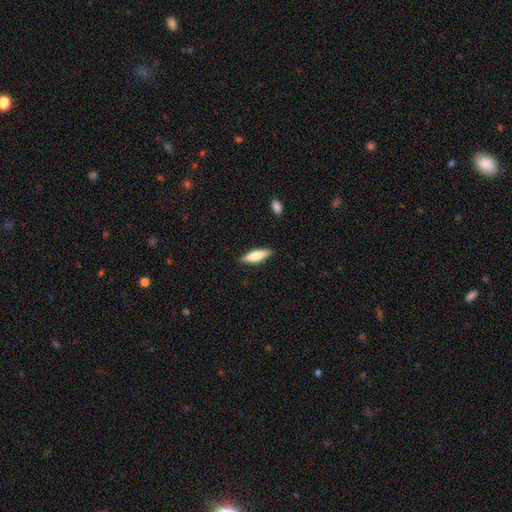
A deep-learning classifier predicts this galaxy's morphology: This appears to be a smooth galaxy with no disk features (70%) that is cigar-shaped (57%). Merging: none (88%).